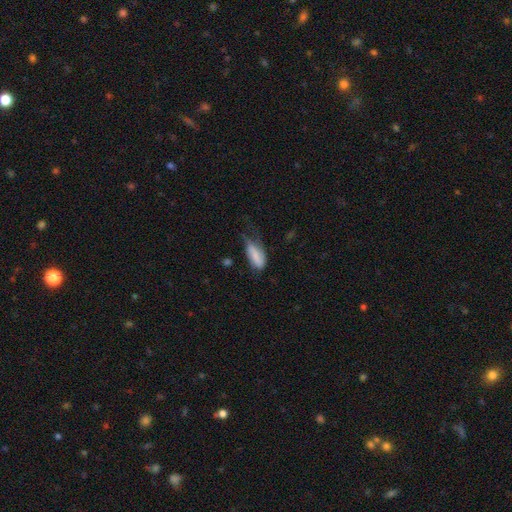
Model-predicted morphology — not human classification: The model was most divided on "merging": minor disturbance: 38%, major disturbance: 32%, none: 27%, merger: 3%. More confident: how rounded — in between (84%); smooth or featured — smooth (74%).